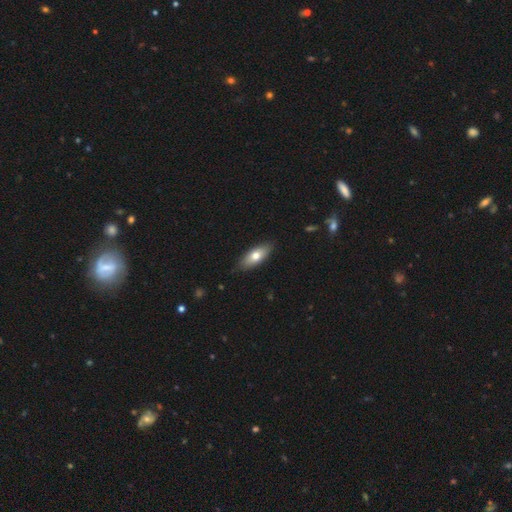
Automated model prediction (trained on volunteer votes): smooth-or-featured: smooth: 70% | featured or disk: 24% | star or artifact: 6%
  how-rounded: in between: 79% | cigar-shaped: 18% | round: 3%
  merging: none: 85% | minor disturbance: 12% | major disturbance: 2% | merger: 1%